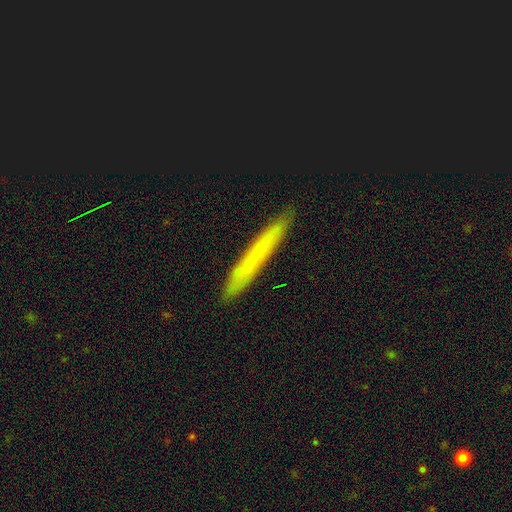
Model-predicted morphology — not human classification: Smooth or featured?
  - smooth: 60% *
  - featured or disk: 30%
  - star or artifact: 10%
How rounded?
  - cigar-shaped: 96% *
  - in between: 3%
  - round: 1%
Merging?
  - none: 90% *
  - minor disturbance: 7%
  - major disturbance: 1%
  - merger: 1%